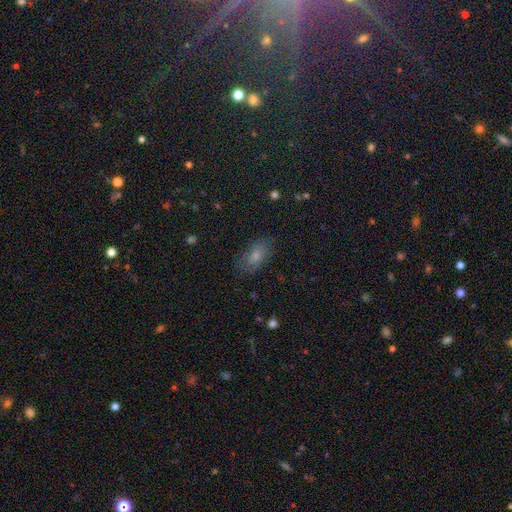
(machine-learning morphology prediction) smooth 74%, featured or disk 16%, star or artifact 10%. Down the decision tree: how rounded — in between (89%); merging — none (77%).